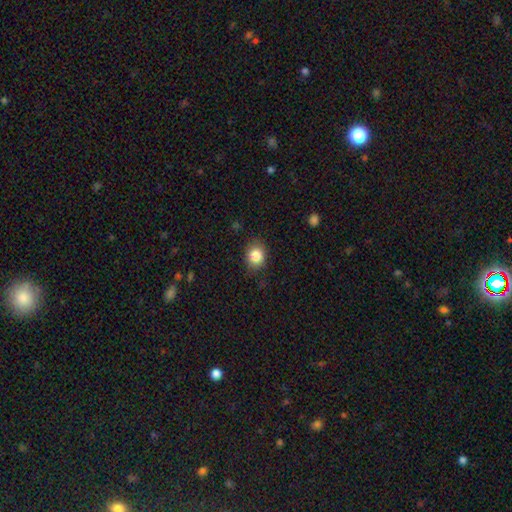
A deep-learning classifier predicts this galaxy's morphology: Smooth or featured? Predicted: smooth (p=0.85). How rounded? Predicted: round (p=0.58). Merging? Predicted: none (p=0.83).